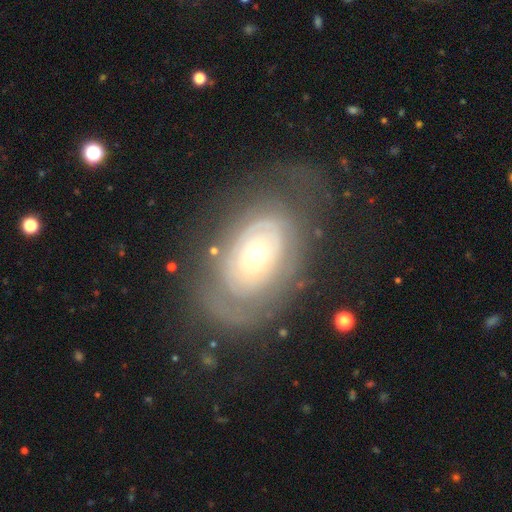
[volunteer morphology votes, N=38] Volunteers were most divided on "bulge size": moderate: 47%, small: 42%, large: 11%, dominant: 0%, none: 0%. Remaining: bar — no (95%); edge-on disk — no (90%); spiral arms — no (58%); smooth or featured — featured or disk (55%); merging — none (44%).